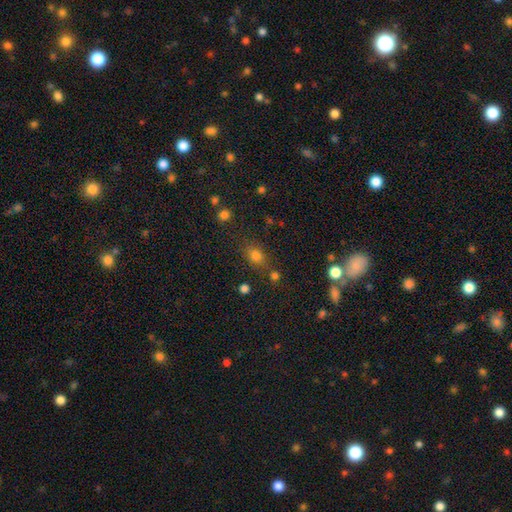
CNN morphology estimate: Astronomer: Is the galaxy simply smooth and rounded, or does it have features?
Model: smooth — 74%.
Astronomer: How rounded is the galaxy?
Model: round — 51% (runner-up: in between, 47%).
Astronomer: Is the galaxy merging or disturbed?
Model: none — 70%.